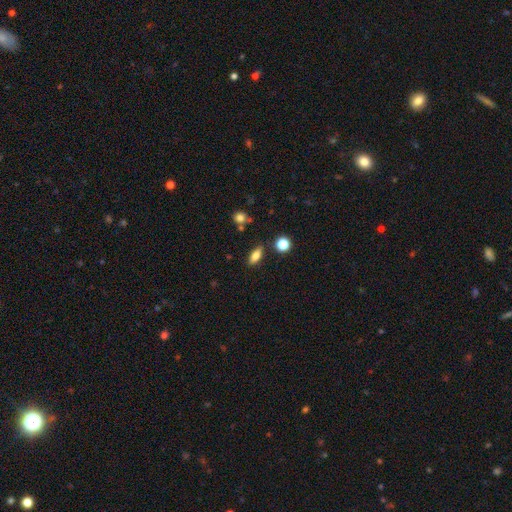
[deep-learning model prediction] smooth_or_featured: smooth (p=0.70) [alt: featured or disk p=0.20]
how_rounded: in between (p=0.71) [alt: cigar-shaped p=0.22]
merging: none (p=0.83) [alt: minor disturbance p=0.11]